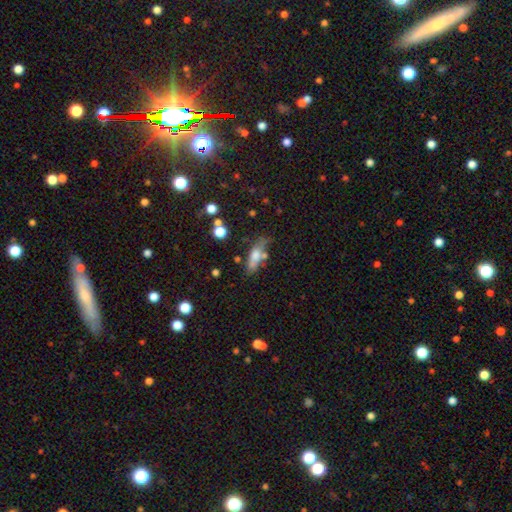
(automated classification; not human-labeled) This appears to be a smooth galaxy with no disk features (57%) that is cigar-shaped (49%). Merging: none (54%).